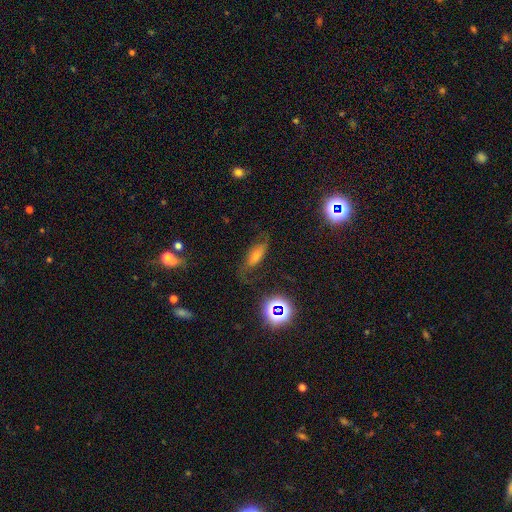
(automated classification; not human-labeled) A featured or disk galaxy (43%).

Vote fractions:
- Smooth or featured? featured or disk: 43% / smooth: 34% / star or artifact: 23%
- Merging? none: 68% / minor disturbance: 19% / major disturbance: 11% / merger: 2%